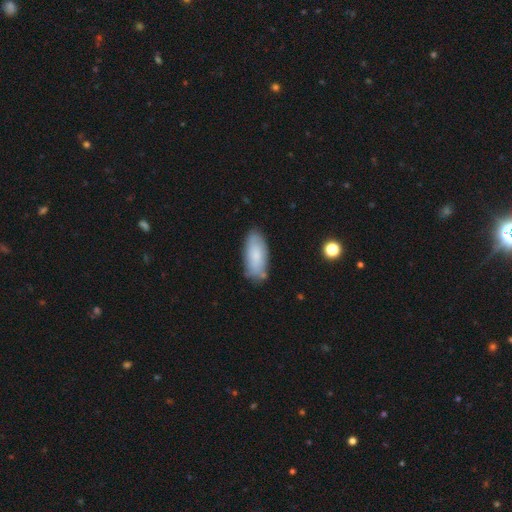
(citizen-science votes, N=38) Volunteers were most divided on "how rounded": in between: 66%, cigar-shaped: 28%, round: 6%. More confident: smooth or featured — smooth (84%); merging — none (78%).